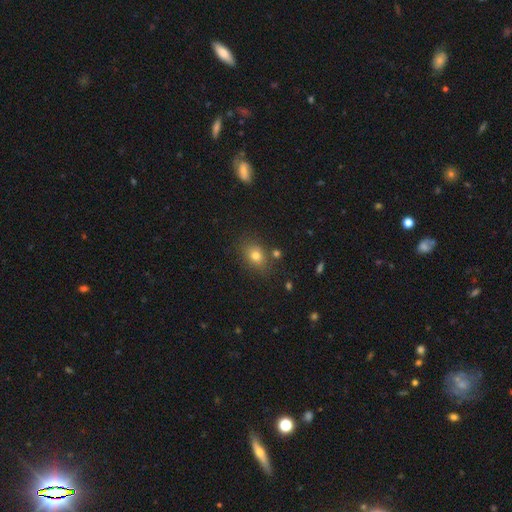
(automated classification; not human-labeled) smooth_or_featured: smooth (p=0.76) [alt: star or artifact p=0.13]
how_rounded: in between (p=0.65) [alt: round p=0.34]
merging: none (p=0.78) [alt: minor disturbance p=0.12]